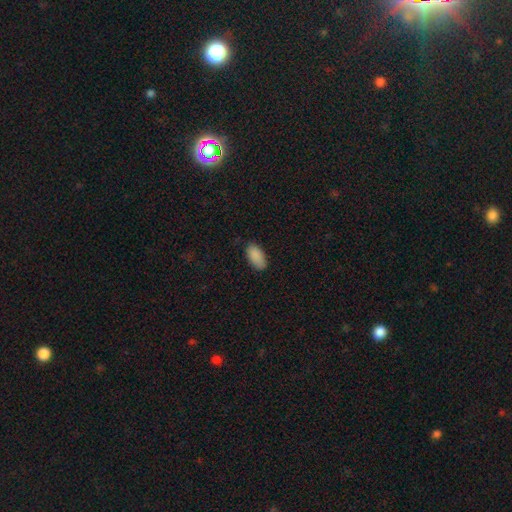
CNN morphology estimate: Smooth or featured? Predicted: smooth (p=0.89). How rounded? Predicted: in between (p=0.94). Merging? Predicted: none (p=0.80).